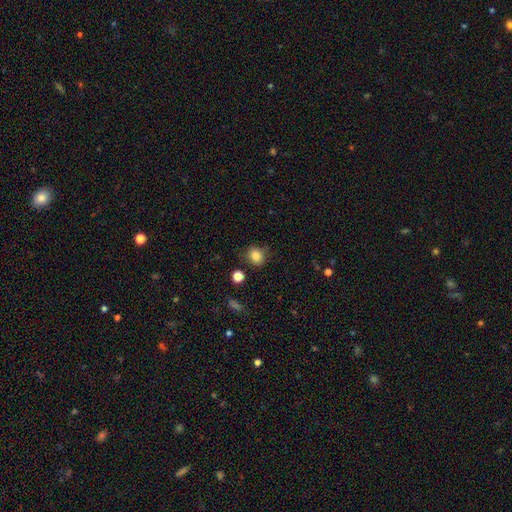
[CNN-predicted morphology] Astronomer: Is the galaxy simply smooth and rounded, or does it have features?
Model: smooth — 84%.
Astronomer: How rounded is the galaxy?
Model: round — 63%.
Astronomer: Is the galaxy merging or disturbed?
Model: none — 74%.